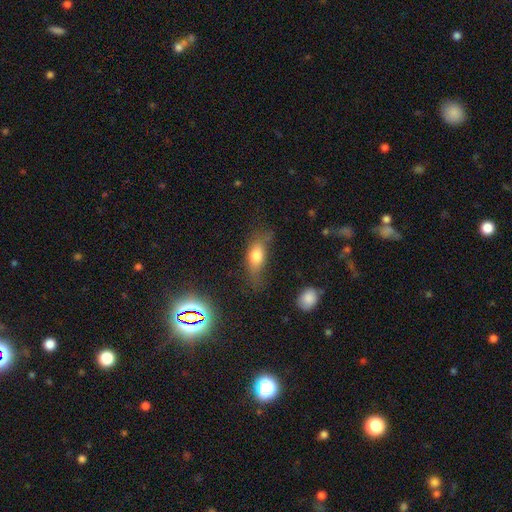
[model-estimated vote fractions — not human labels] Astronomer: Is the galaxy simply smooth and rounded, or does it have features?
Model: smooth — 72%.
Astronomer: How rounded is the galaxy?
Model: in between — 76%.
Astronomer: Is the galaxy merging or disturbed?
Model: none — 58%.